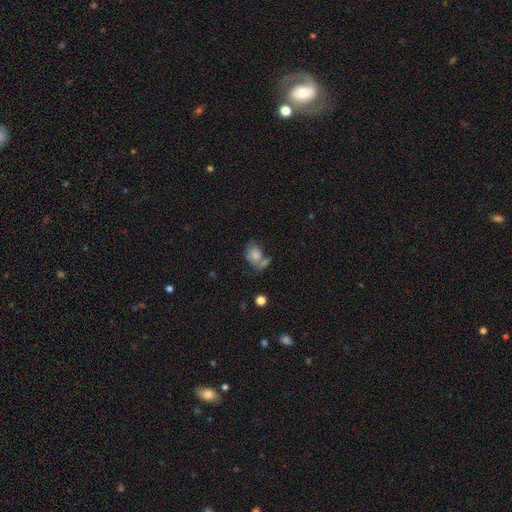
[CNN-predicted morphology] Smooth or featured? Predicted: smooth (p=0.75). How rounded? Predicted: in between (p=0.68). Merging? Predicted: none (p=0.37).